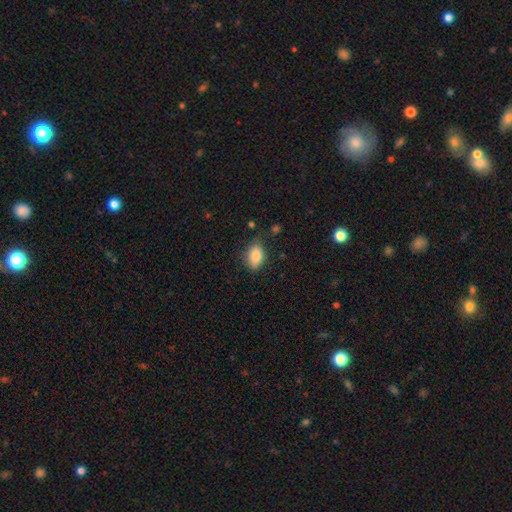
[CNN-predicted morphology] smooth 85%, star or artifact 8%, featured or disk 7%. Down the decision tree: how rounded — in between (86%); merging — none (73%).